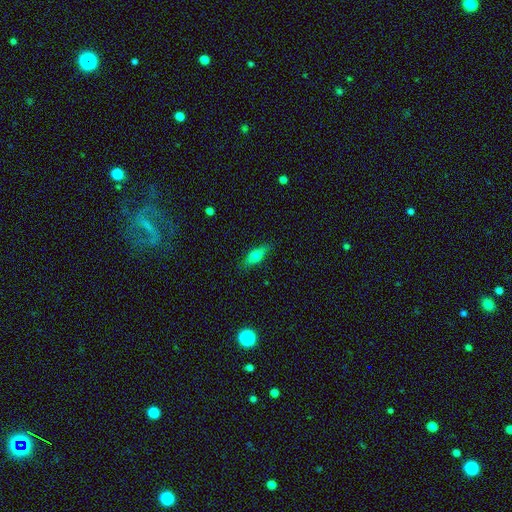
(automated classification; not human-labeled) Smooth or featured? Predicted: smooth (p=0.70). How rounded? Predicted: in between (p=0.63). Merging? Predicted: none (p=0.82).